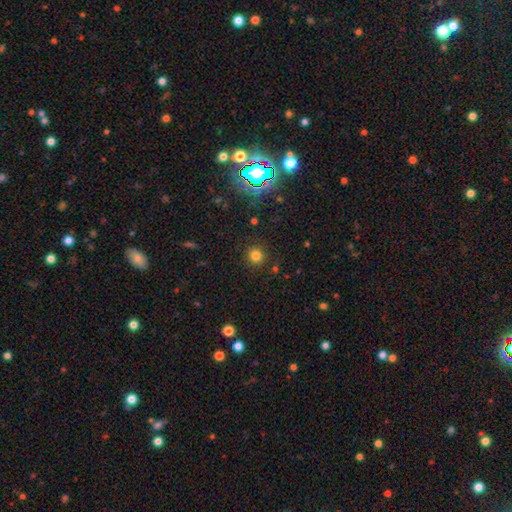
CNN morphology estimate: Smooth or featured? Predicted: smooth (p=0.77). How rounded? Predicted: round (p=0.93). Merging? Predicted: none (p=0.89).